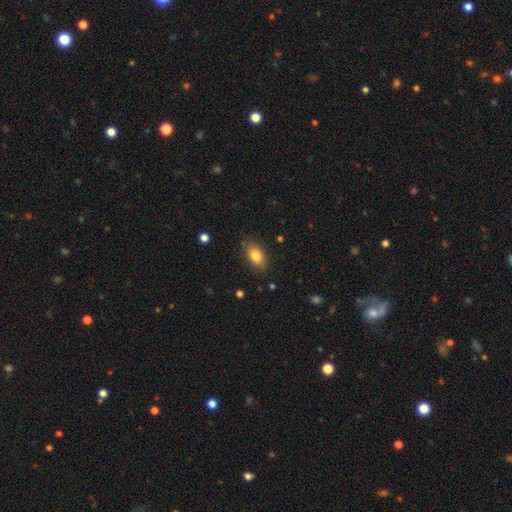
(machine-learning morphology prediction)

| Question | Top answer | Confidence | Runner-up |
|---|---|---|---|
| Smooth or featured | smooth | 80% | featured or disk (12%) |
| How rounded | in between | 88% | round (7%) |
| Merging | none | 80% | minor disturbance (16%) |